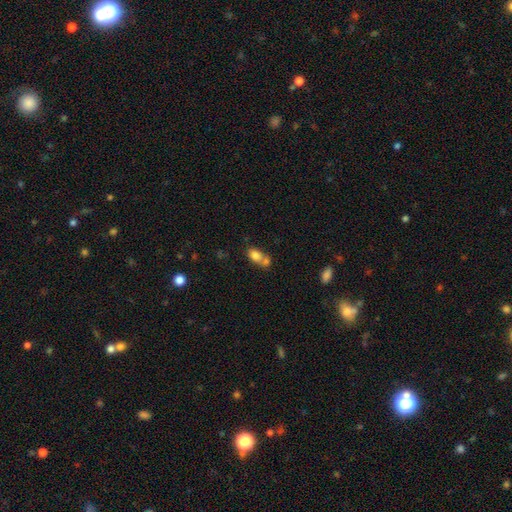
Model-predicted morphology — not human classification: Smooth or featured? smooth (78%)
How rounded? in between (72%)
Merging? merger (54%)